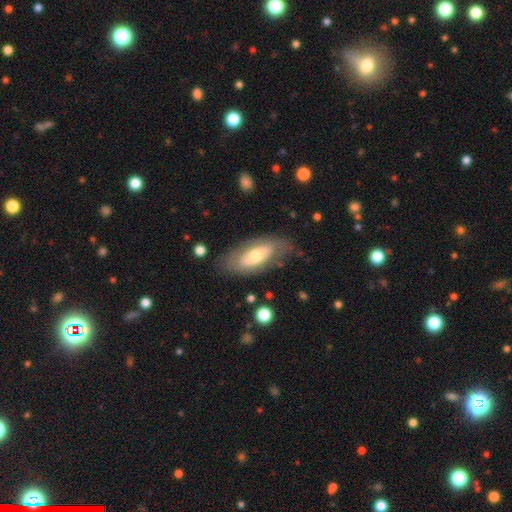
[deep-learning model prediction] Overall: featured or disk (52%; smooth 42%). Edge-on disk: no (85%). Merging: none (75%).